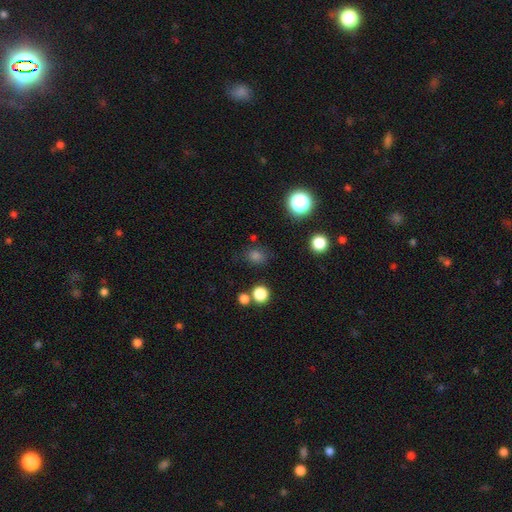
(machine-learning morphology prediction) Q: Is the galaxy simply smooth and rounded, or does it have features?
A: smooth — 73%.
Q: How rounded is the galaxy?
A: round — 61%.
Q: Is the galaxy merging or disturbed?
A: none — 77%.